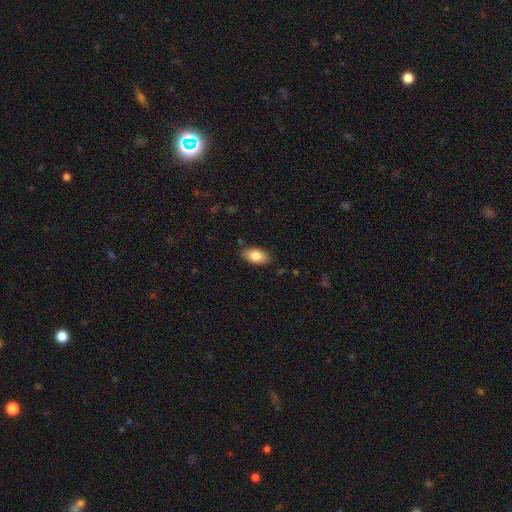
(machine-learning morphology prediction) smooth 84%, featured or disk 9%, star or artifact 7%. Down the decision tree: how rounded — in between (93%); merging — none (84%).